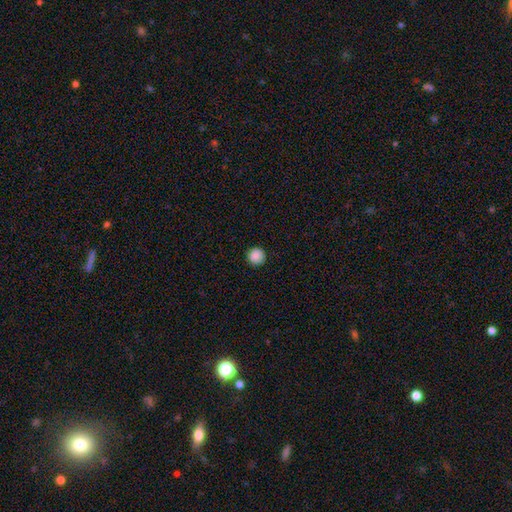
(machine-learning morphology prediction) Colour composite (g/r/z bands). It shows a smooth galaxy with no disk features (88%) that is round (95%). Merging: none (91%).